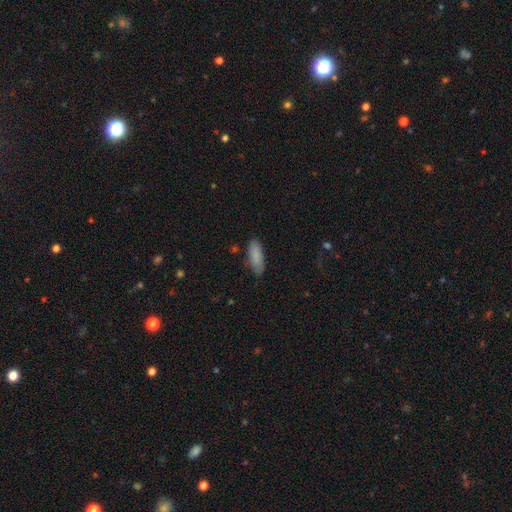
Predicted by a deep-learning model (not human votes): smooth-or-featured: smooth: 88% | featured or disk: 6% | star or artifact: 6%
  how-rounded: in between: 64% | cigar-shaped: 35% | round: 2%
  merging: none: 83% | minor disturbance: 13% | major disturbance: 3% | merger: 2%